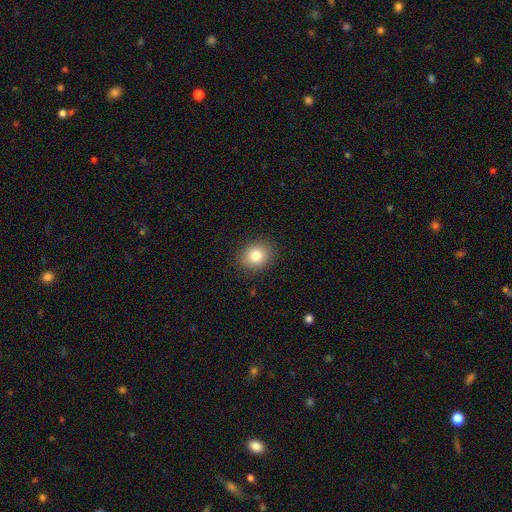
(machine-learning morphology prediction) This appears to be a smooth galaxy with no disk features (81%) that is round (57%). Merging: none (89%).